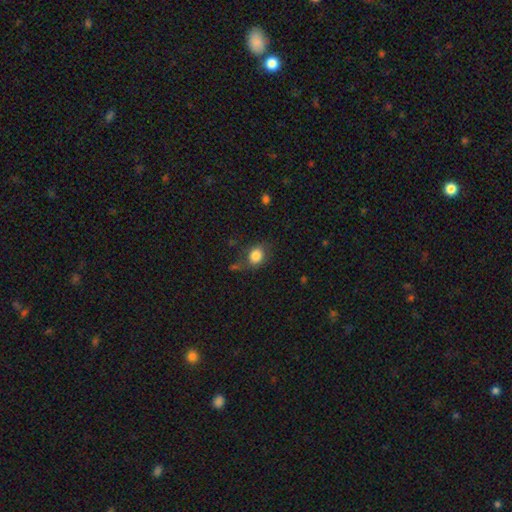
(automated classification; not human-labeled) Morphology: type=smooth (83%); roundness=in between (50%); merging=none (66%).